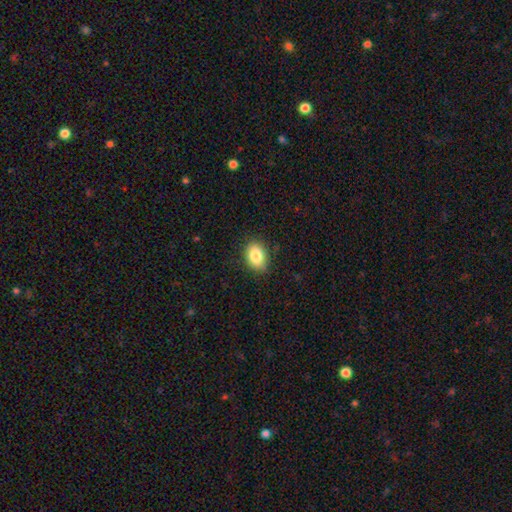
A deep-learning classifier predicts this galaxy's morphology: smooth 85%, star or artifact 8%, featured or disk 7%. Down the decision tree: how rounded — in between (80%); merging — none (85%).